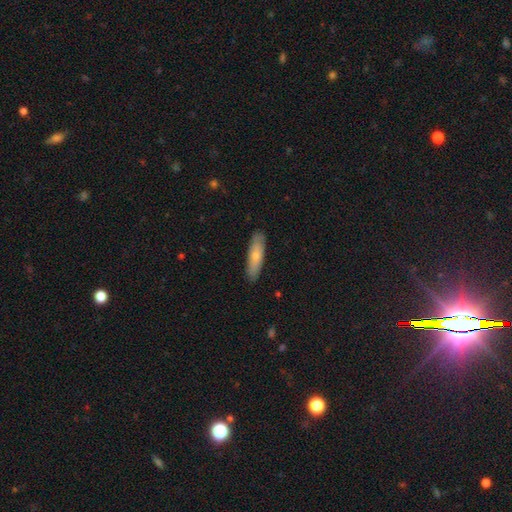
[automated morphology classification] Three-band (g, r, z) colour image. It shows a smooth galaxy with no disk features (68%) that is cigar-shaped (65%). Merging: none (87%).